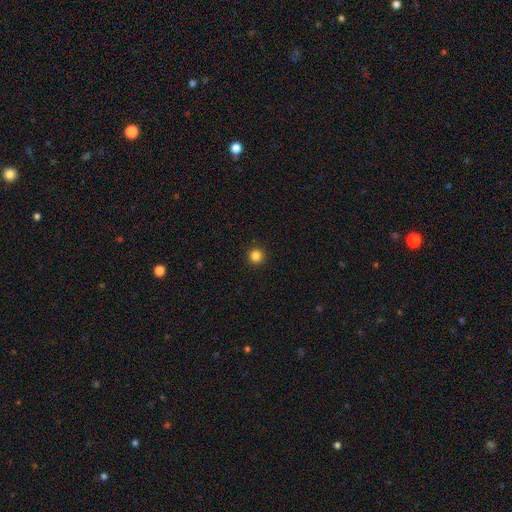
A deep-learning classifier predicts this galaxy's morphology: Smooth or featured? smooth (85%)
How rounded? round (96%)
Merging? none (93%)